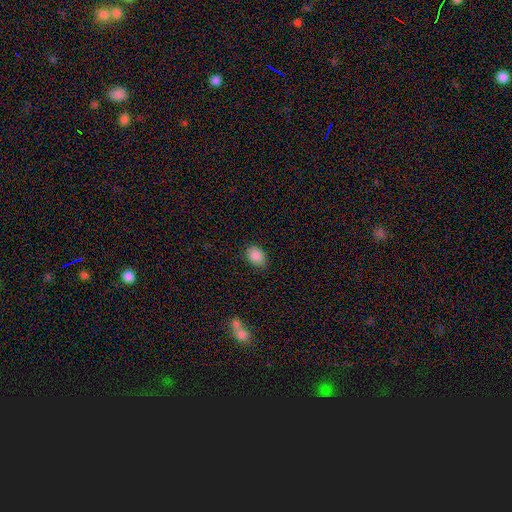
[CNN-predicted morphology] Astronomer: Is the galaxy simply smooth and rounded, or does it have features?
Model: smooth — 87%.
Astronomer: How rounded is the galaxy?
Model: in between — 74%.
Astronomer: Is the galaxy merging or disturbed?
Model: none — 81%.